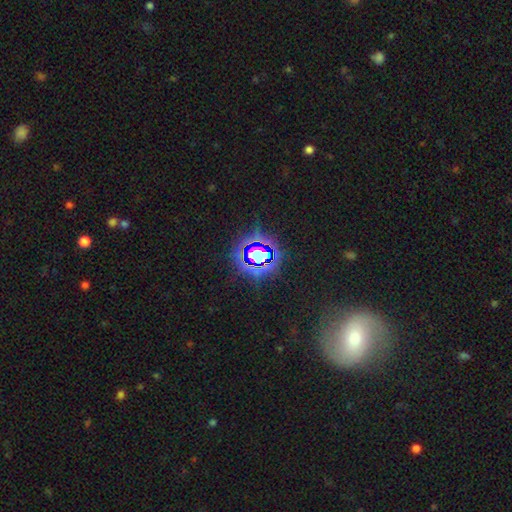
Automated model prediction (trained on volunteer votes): Q: Smooth or featured?
A: star or artifact (73%); runner-up: smooth (17%)